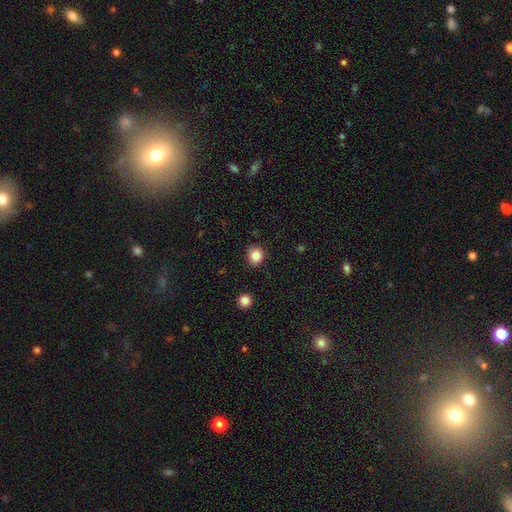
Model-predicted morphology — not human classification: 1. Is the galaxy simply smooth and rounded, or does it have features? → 85% smooth, 10% star or artifact, 4% featured or disk.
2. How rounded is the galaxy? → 78% round, 21% in between, 1% cigar-shaped.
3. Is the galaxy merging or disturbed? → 86% none, 10% minor disturbance, 2% major disturbance, 1% merger.